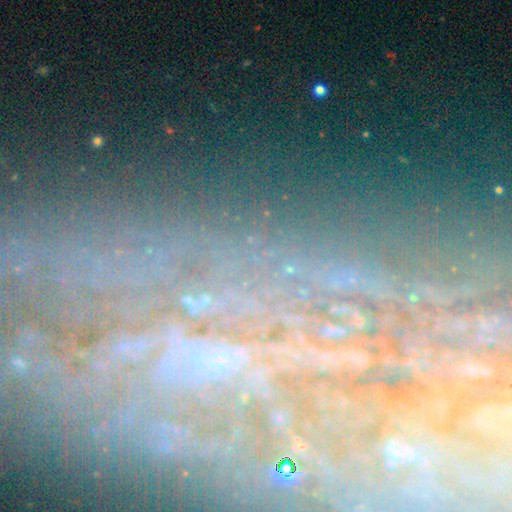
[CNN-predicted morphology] type=star or artifact (46%).